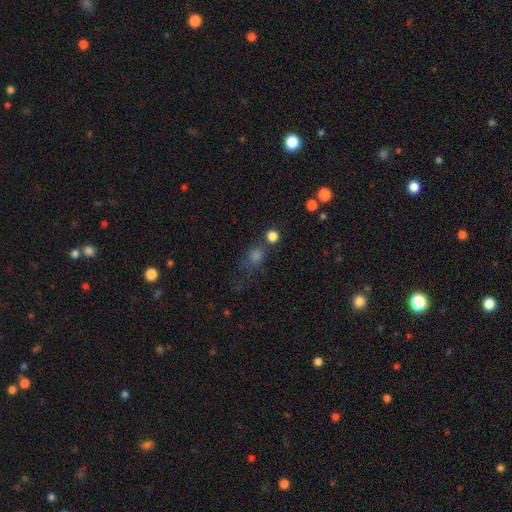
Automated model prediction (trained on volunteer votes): A smooth galaxy with no disk features (61%) that is round (63%).

Vote fractions:
- Smooth or featured? smooth: 61% / star or artifact: 28% / featured or disk: 12%
- How rounded? round: 63% / in between: 33% / cigar-shaped: 5%
- Merging? none: 53% / minor disturbance: 18% / major disturbance: 17% / merger: 11%